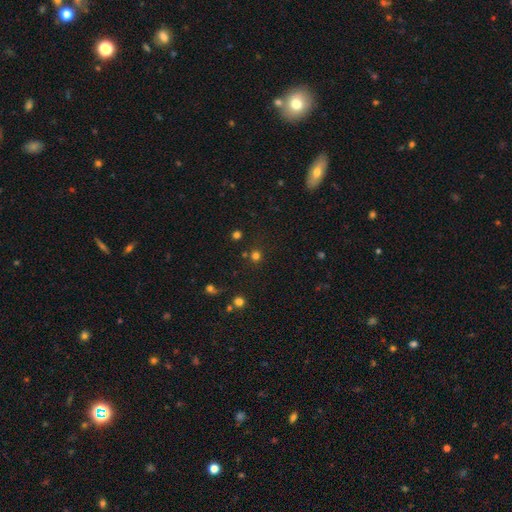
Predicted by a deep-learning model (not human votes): Overall: smooth (70%). How rounded: round (91%). Merging: none (80%).